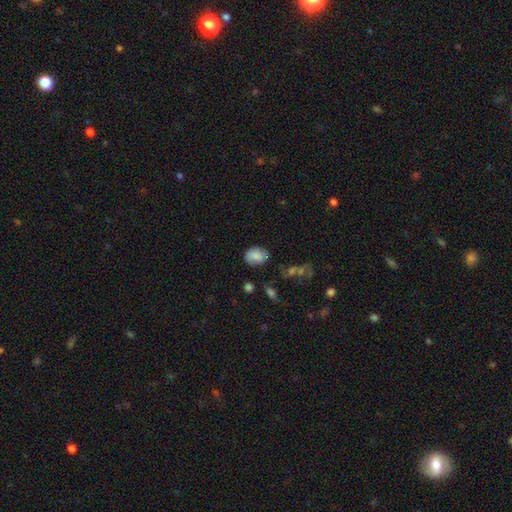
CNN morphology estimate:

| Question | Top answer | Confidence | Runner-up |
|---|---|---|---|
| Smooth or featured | smooth | 77% | featured or disk (14%) |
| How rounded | in between | 67% | round (31%) |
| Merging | none | 65% | minor disturbance (25%) |